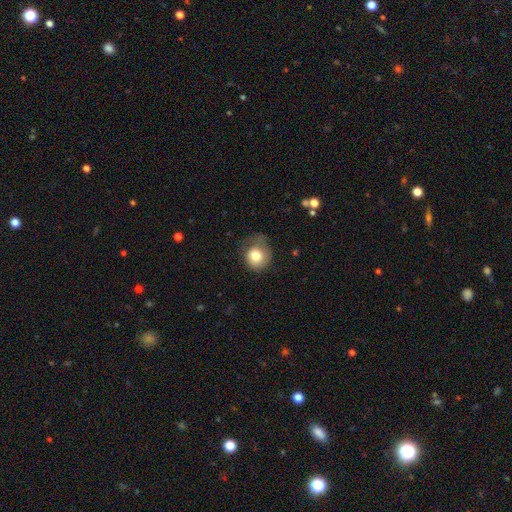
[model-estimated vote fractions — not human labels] Smooth or featured? smooth (78%)
How rounded? round (75%)
Merging? none (41%)